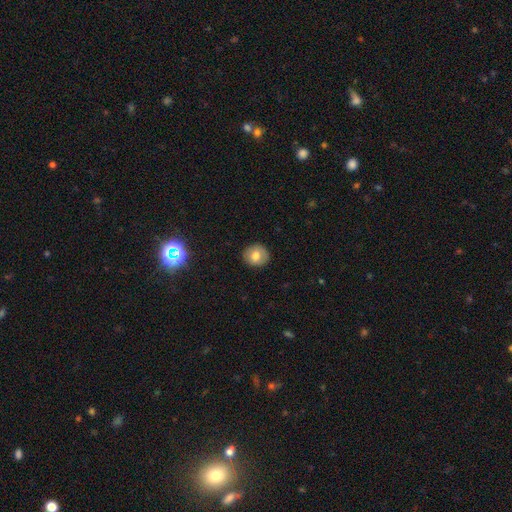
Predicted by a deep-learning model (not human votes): Smooth or featured? smooth (74%)
How rounded? round (83%)
Merging? none (89%)